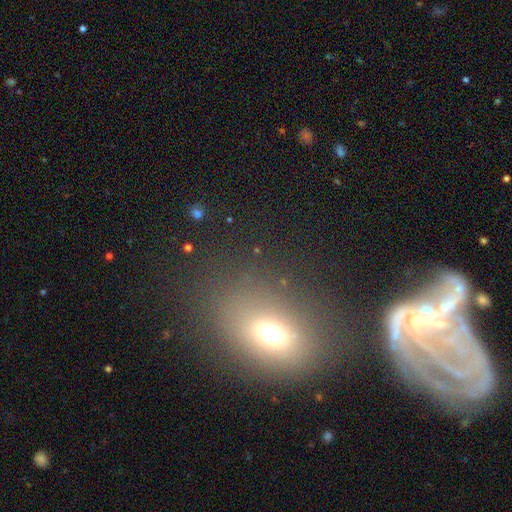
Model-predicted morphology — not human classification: Smooth or featured? Predicted: featured or disk (p=0.40). Merging? Predicted: none (p=0.65).